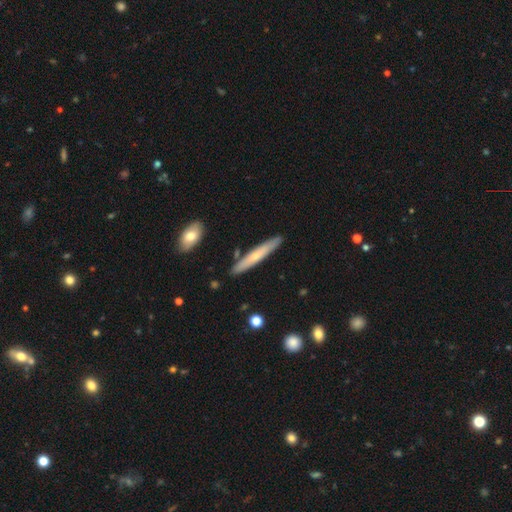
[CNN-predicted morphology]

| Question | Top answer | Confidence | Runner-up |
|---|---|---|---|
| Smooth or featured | smooth | 51% | featured or disk (43%) |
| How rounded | cigar-shaped | 93% | in between (5%) |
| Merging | none | 87% | minor disturbance (9%) |